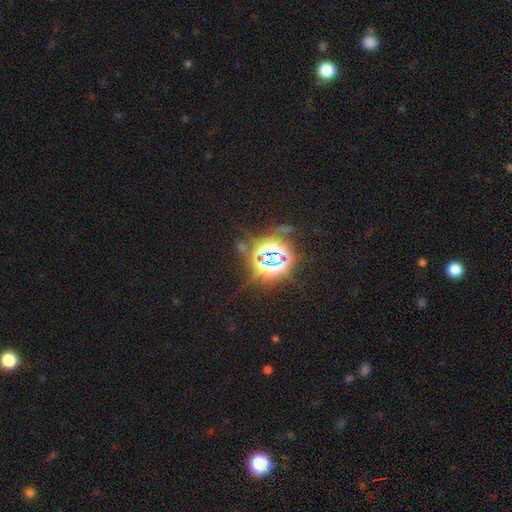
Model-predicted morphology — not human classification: smooth_or_featured: star or artifact (p=0.83) [alt: smooth p=0.11]